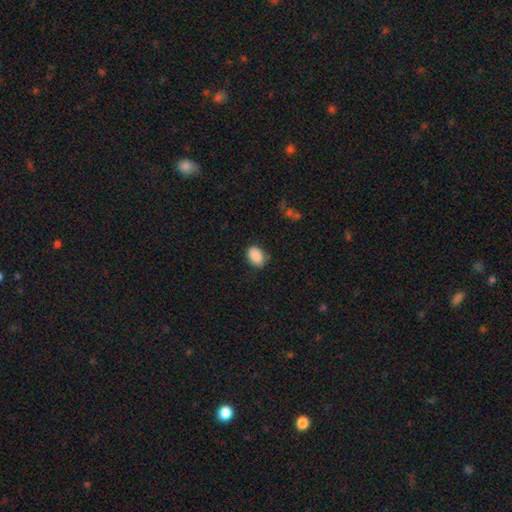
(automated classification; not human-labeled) Smooth or featured? smooth (89%)
How rounded? in between (83%)
Merging? none (81%)